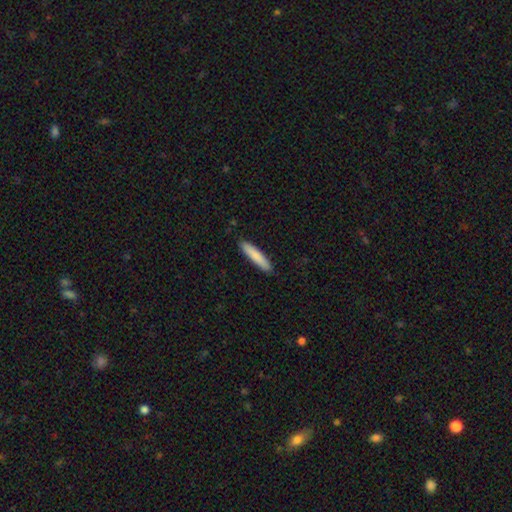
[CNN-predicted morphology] This appears to be a smooth galaxy with no disk features (84%) that is cigar-shaped (88%). Merging: none (90%).